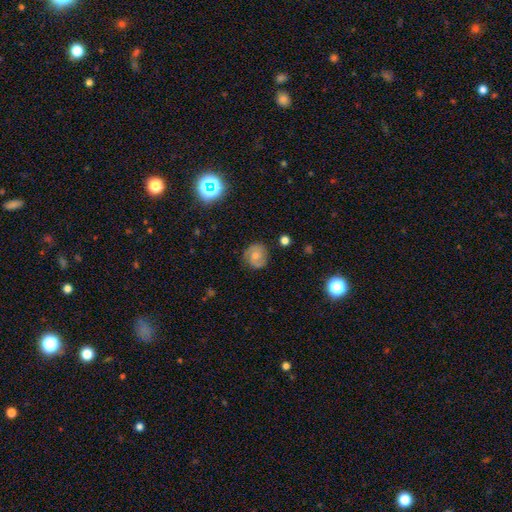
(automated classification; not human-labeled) This appears to be a smooth galaxy with no disk features (48%). Merging: none (76%).